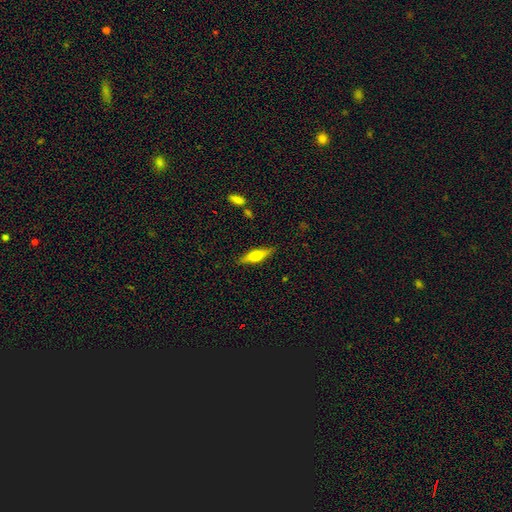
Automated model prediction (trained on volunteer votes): featured or disk 48%, smooth 46%, star or artifact 7%. Down the decision tree: merging — none (87%).